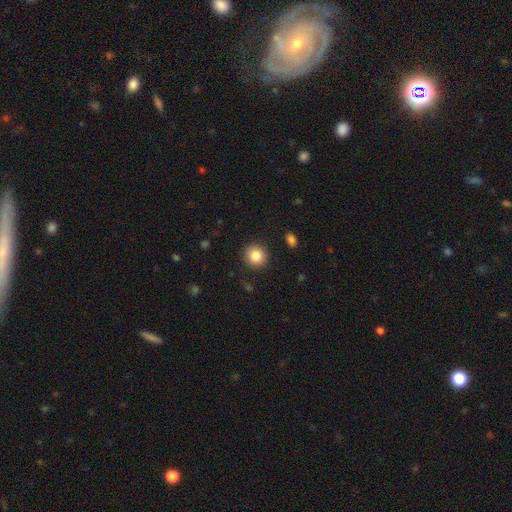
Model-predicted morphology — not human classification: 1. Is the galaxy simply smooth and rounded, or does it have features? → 84% smooth, 10% star or artifact, 7% featured or disk.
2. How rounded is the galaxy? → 90% round, 9% in between, 1% cigar-shaped.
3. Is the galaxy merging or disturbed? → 90% none, 6% minor disturbance, 2% major disturbance, 1% merger.